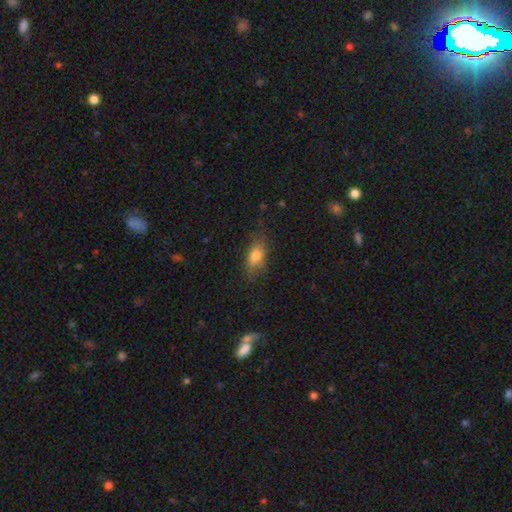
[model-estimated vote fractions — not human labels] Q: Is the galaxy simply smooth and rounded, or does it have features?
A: smooth — 75%.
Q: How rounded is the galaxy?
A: in between — 81%.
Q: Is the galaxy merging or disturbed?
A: none — 69%.